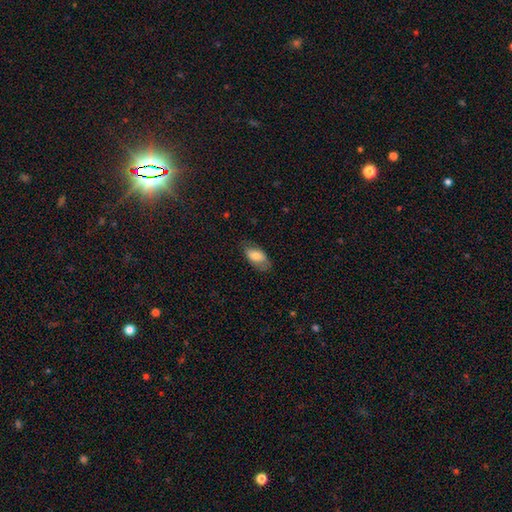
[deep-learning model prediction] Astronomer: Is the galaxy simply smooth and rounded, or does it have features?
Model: smooth — 74%.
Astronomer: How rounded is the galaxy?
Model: in between — 92%.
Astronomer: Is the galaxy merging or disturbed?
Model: none — 71%.